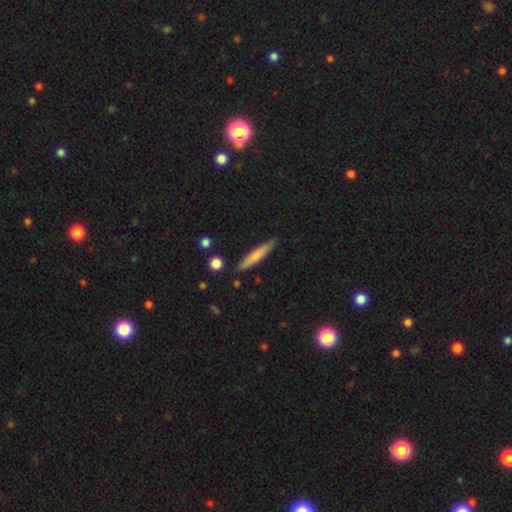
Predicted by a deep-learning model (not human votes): A smooth galaxy with no disk features (65%) that is cigar-shaped (92%).

Vote fractions:
- Smooth or featured? smooth: 65% / featured or disk: 29% / star or artifact: 6%
- How rounded? cigar-shaped: 92% / in between: 7% / round: 2%
- Merging? none: 87% / minor disturbance: 10% / merger: 2% / major disturbance: 2%